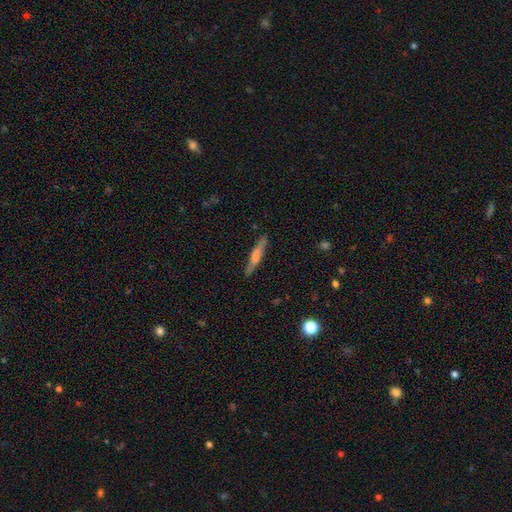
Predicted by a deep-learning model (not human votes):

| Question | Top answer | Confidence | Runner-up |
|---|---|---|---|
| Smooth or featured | smooth | 54% | featured or disk (40%) |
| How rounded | cigar-shaped | 92% | in between (7%) |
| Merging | none | 86% | minor disturbance (10%) |